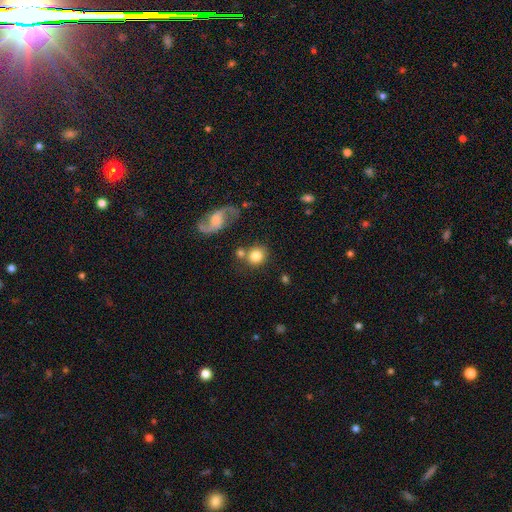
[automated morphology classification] Smooth or featured? smooth (76%)
How rounded? round (85%)
Merging? none (68%)